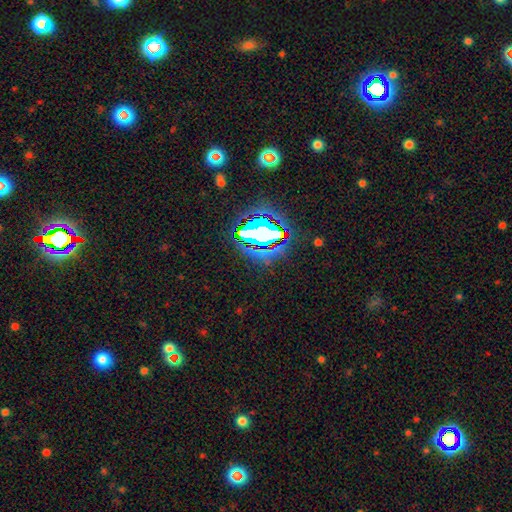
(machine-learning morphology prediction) type=star or artifact (80%).